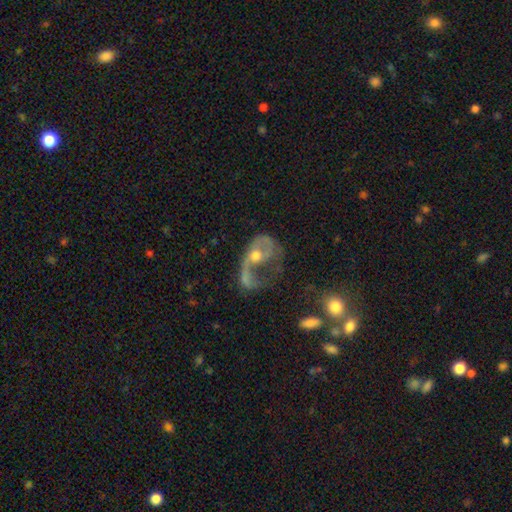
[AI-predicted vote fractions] This is likely a featured or disk galaxy (67%). It is clearly not viewed edge-on (96%). Bar: likely no (74%). Spiral arm pattern: possibly yes (58%). Central bulge: likely moderate (63%). Merging: likely major disturbance (60%).